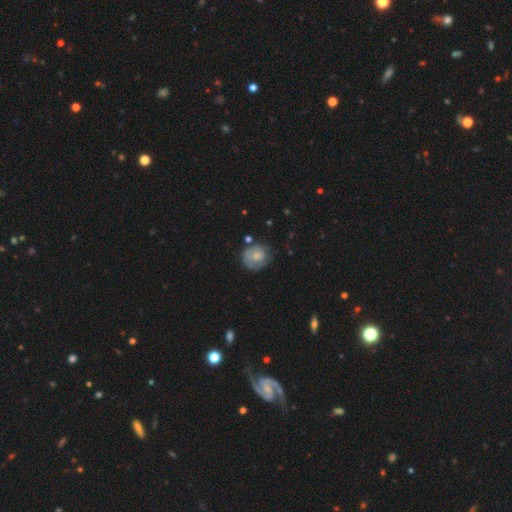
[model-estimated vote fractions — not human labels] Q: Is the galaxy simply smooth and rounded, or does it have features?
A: smooth — 52%.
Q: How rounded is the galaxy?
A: round — 79%.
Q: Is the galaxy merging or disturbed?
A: none — 58%.